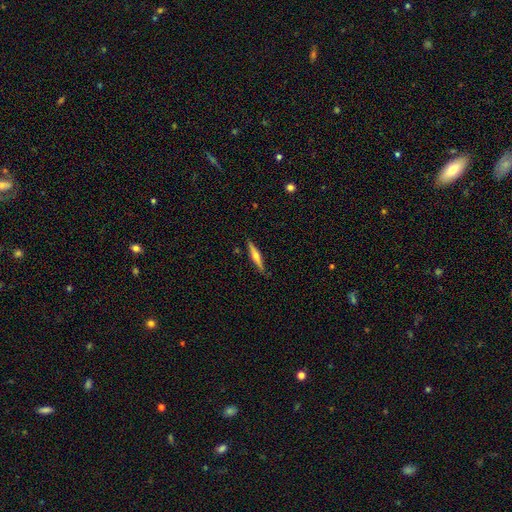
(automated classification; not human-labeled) Smooth or featured? Predicted: featured or disk (p=0.62). Edge-on disk? Predicted: yes (p=0.96). Edge-on bulge? Predicted: rounded (p=0.89). Merging? Predicted: none (p=0.87).